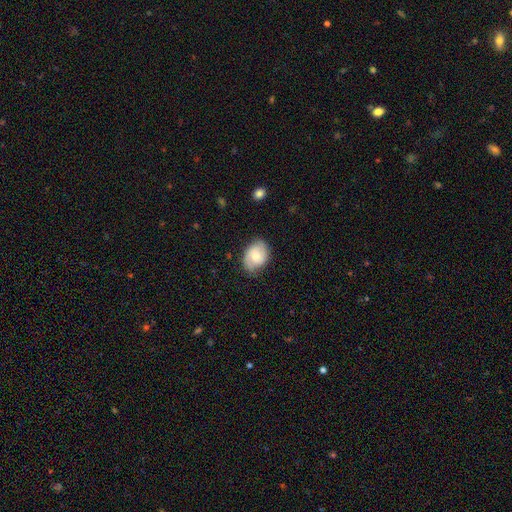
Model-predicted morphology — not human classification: Q: Smooth or featured?
A: featured or disk (60%); runner-up: smooth (34%)
Q: Edge-on disk?
A: no (97%); runner-up: yes (3%)
Q: Bar?
A: no (54%); runner-up: weak (39%)
Q: Spiral arms?
A: yes (89%); runner-up: no (11%)
Q: Spiral winding?
A: medium (44%); runner-up: tight (39%)
Q: Spiral arm count?
A: 2 (81%); runner-up: can't tell (11%)
Q: Bulge size?
A: moderate (58%); runner-up: small (34%)
Q: Merging?
A: none (75%); runner-up: minor disturbance (19%)